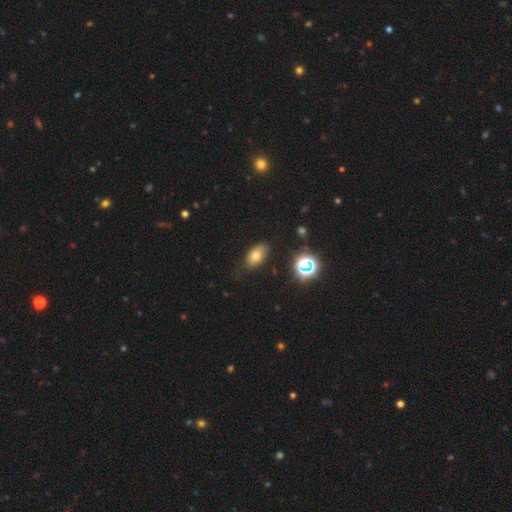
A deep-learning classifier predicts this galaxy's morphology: smooth-or-featured: smooth: 72% | star or artifact: 14% | featured or disk: 14%
  how-rounded: in between: 88% | round: 9% | cigar-shaped: 3%
  merging: none: 76% | minor disturbance: 18% | major disturbance: 4% | merger: 2%